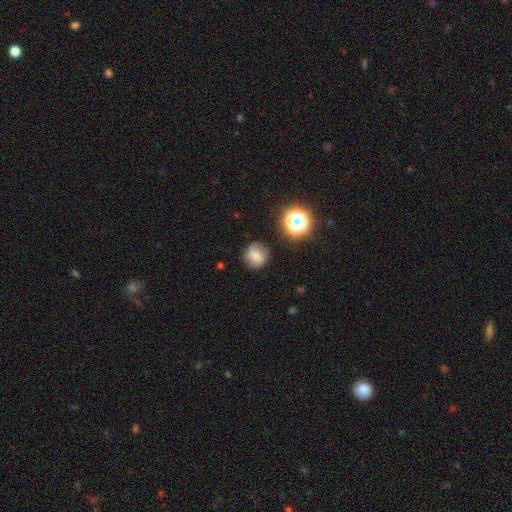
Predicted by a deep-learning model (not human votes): Morphology: type=smooth (71%); roundness=round (87%); merging=none (78%).